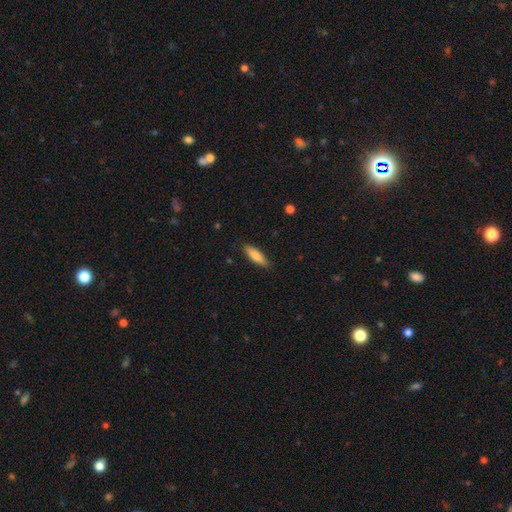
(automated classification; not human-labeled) Smooth or featured: smooth — 79% (featured or disk — 15%)
How rounded: cigar-shaped — 55% (in between — 44%)
Merging: none — 87% (minor disturbance — 10%)